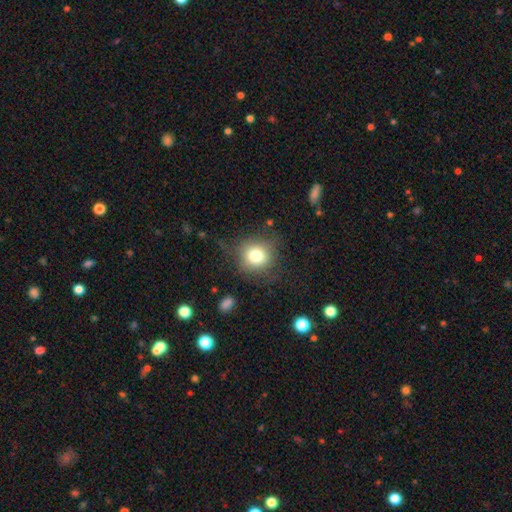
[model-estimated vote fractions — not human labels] A smooth galaxy with no disk features (77%) that is round (86%).

Vote fractions:
- Smooth or featured? smooth: 77% / star or artifact: 12% / featured or disk: 11%
- How rounded? round: 86% / in between: 13% / cigar-shaped: 1%
- Merging? none: 76% / minor disturbance: 15% / major disturbance: 7% / merger: 2%